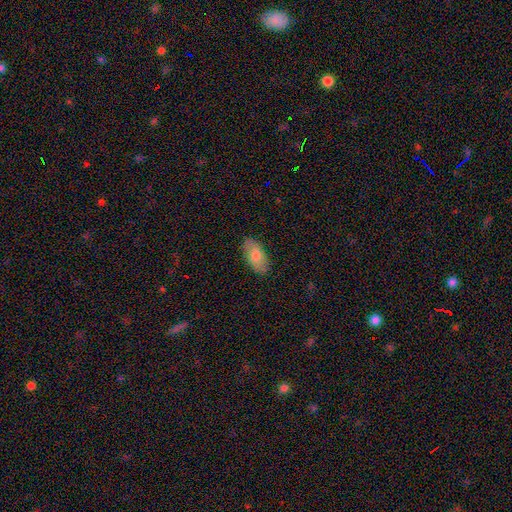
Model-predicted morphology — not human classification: This is likely a smooth galaxy (78%). How rounded: clearly in between (93%). Merging: clearly none (85%).